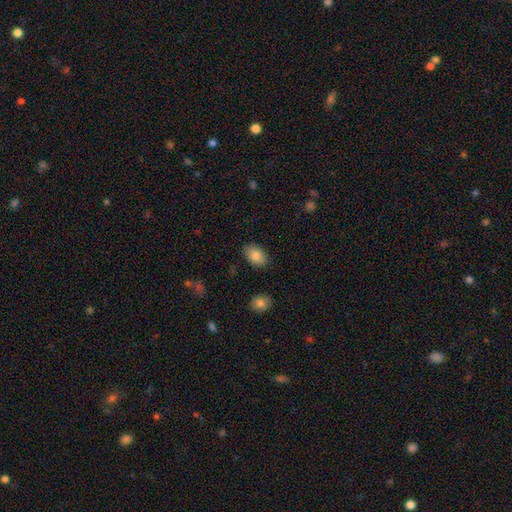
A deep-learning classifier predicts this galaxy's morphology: Smooth or featured: smooth — 84% (featured or disk — 8%)
How rounded: in between — 88% (round — 11%)
Merging: none — 85% (minor disturbance — 11%)